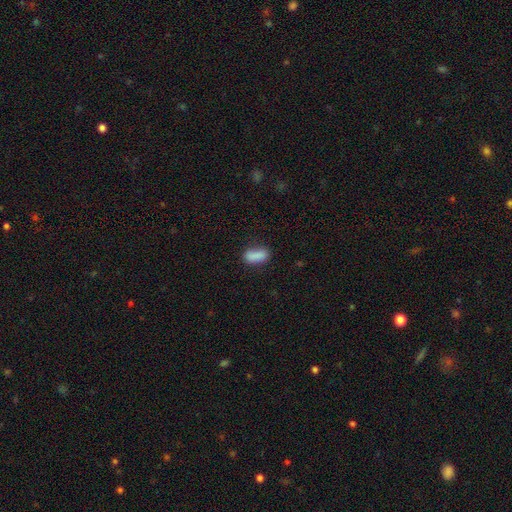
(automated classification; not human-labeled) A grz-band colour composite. It shows a smooth galaxy with no disk features (86%) that is in between round and cigar-shaped (78%). Merging: none (71%).